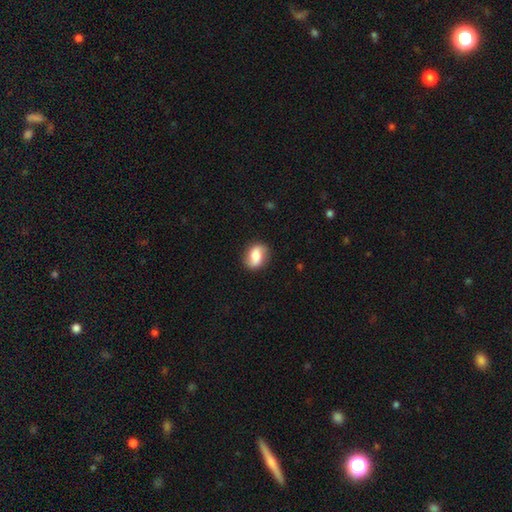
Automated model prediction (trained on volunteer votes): Overall: smooth (59%; featured or disk 33%). How rounded: in between (70%). Merging: none (83%).